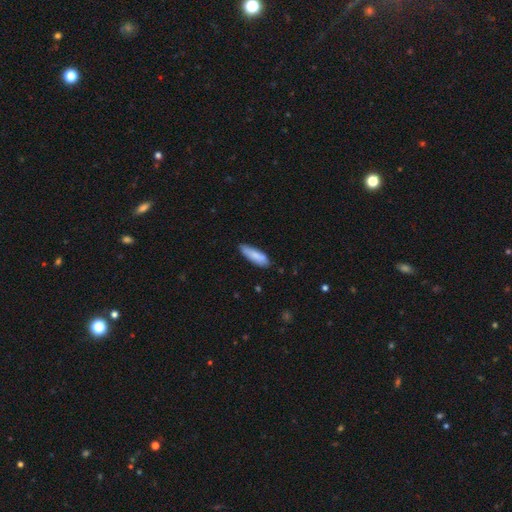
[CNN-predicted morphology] Smooth or featured: smooth — 82% (featured or disk — 12%)
How rounded: cigar-shaped — 51% (in between — 48%)
Merging: none — 75% (minor disturbance — 20%)